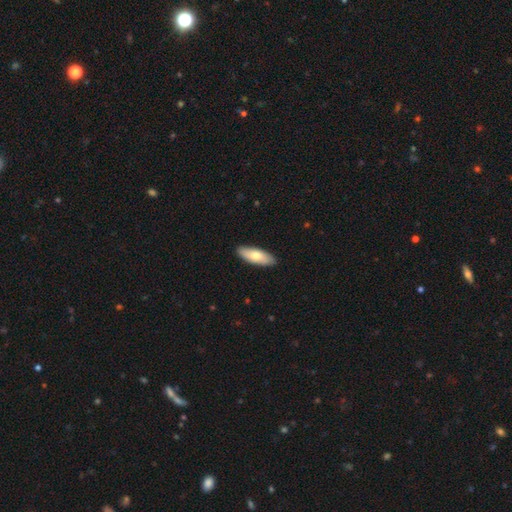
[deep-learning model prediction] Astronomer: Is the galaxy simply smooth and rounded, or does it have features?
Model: smooth — 74%.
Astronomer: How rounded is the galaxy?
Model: in between — 68%.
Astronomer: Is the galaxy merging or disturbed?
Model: none — 89%.